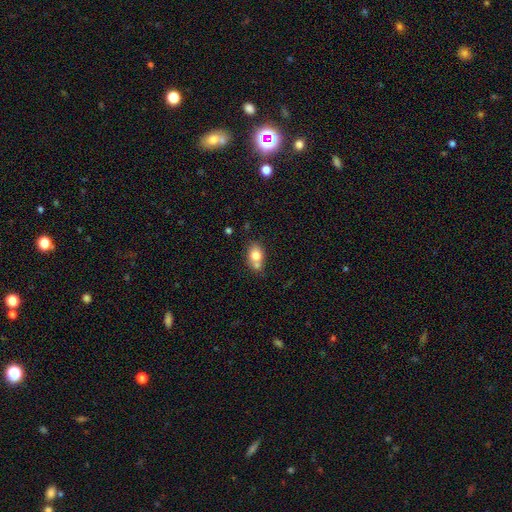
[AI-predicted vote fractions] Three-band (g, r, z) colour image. It shows a smooth galaxy with no disk features (76%) that is in between round and cigar-shaped (64%). Merging: none (48%).